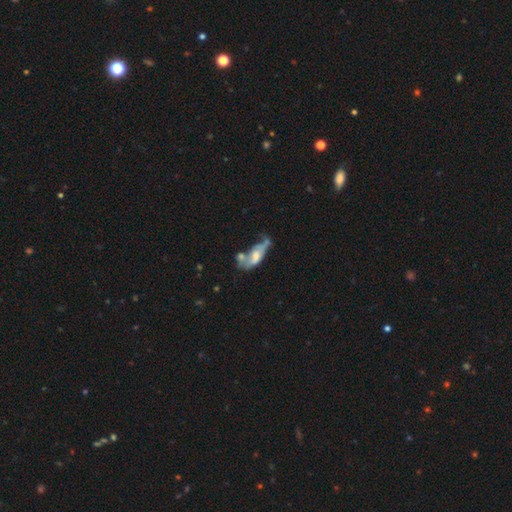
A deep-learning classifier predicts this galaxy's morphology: smooth-or-featured: featured or disk: 50% | smooth: 42% | star or artifact: 8%
  merging: merger: 33% | major disturbance: 29% | minor disturbance: 19% | none: 19%